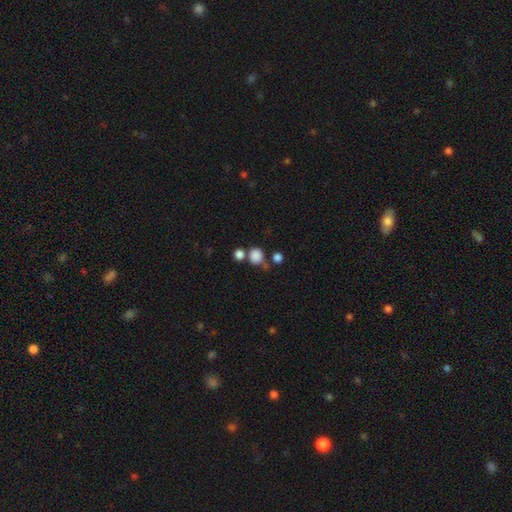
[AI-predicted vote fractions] A smooth galaxy with no disk features (84%) that is round (82%).

Vote fractions:
- Smooth or featured? smooth: 84% / star or artifact: 11% / featured or disk: 5%
- How rounded? round: 82% / in between: 17% / cigar-shaped: 1%
- Merging? none: 58% / merger: 25% / minor disturbance: 11% / major disturbance: 5%